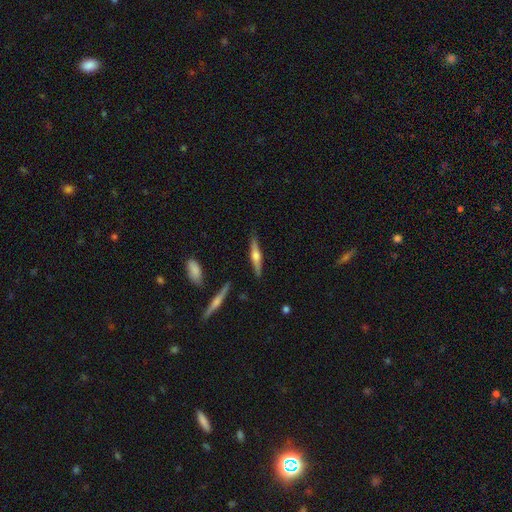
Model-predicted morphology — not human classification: Smooth or featured? featured or disk (68%)
Edge-on disk? yes (97%)
Edge-on bulge? rounded (90%)
Merging? none (88%)